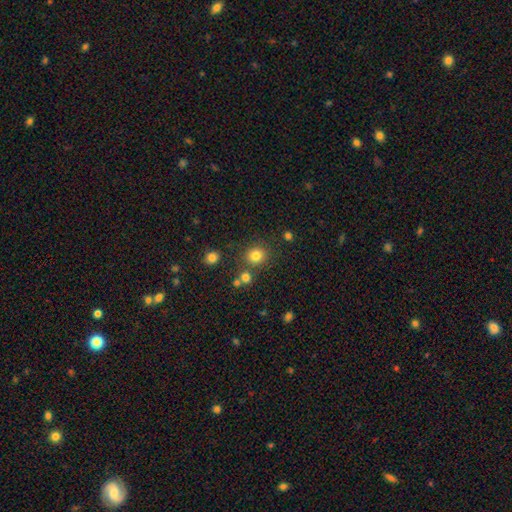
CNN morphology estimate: smooth_or_featured: smooth (p=0.81) [alt: star or artifact p=0.14]
how_rounded: round (p=0.85) [alt: in between p=0.14]
merging: none (p=0.79) [alt: merger p=0.09]